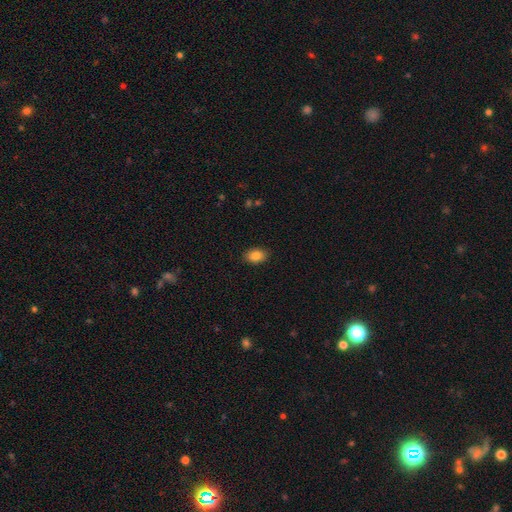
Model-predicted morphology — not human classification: smooth-or-featured: smooth: 84% | star or artifact: 8% | featured or disk: 7%
  how-rounded: in between: 86% | round: 12% | cigar-shaped: 1%
  merging: none: 89% | minor disturbance: 8% | major disturbance: 2% | merger: 1%